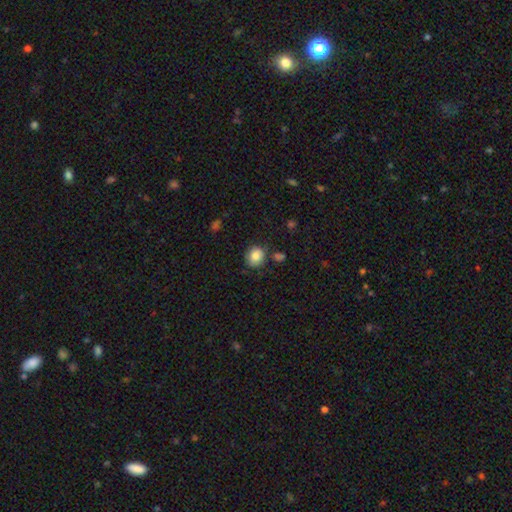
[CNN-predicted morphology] Smooth or featured?
  - smooth: 85% *
  - star or artifact: 9%
  - featured or disk: 6%
How rounded?
  - round: 77% *
  - in between: 23%
  - cigar-shaped: 1%
Merging?
  - none: 77% *
  - minor disturbance: 15%
  - merger: 5%
  - major disturbance: 3%